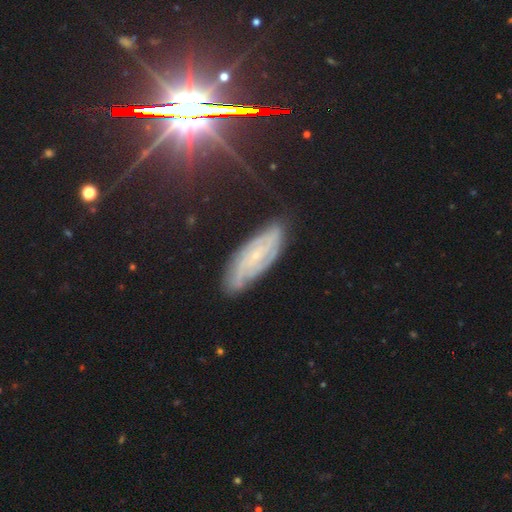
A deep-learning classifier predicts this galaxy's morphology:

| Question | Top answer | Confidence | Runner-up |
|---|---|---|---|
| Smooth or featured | featured or disk | 72% | smooth (16%) |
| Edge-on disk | no | 85% | yes (15%) |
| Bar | no | 64% | weak (28%) |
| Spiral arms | yes | 91% | no (9%) |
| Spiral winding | tight | 60% | medium (30%) |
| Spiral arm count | can't tell | 44% | 2 (25%) |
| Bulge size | small | 82% | moderate (12%) |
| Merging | none | 78% | minor disturbance (17%) |